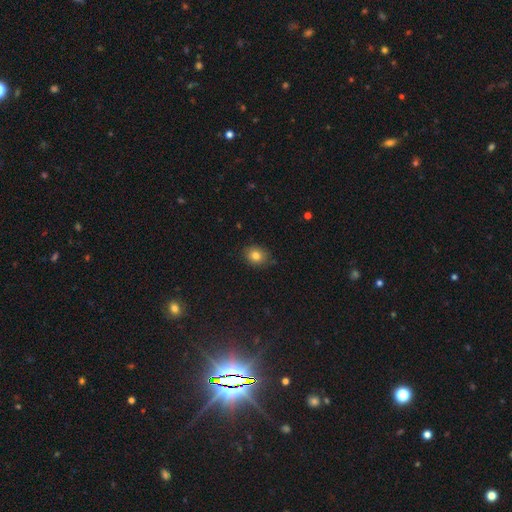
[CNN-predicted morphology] Smooth or featured?
  - smooth: 81% *
  - star or artifact: 12%
  - featured or disk: 7%
How rounded?
  - round: 62% *
  - in between: 38%
  - cigar-shaped: 1%
Merging?
  - none: 83% *
  - minor disturbance: 13%
  - major disturbance: 2%
  - merger: 1%